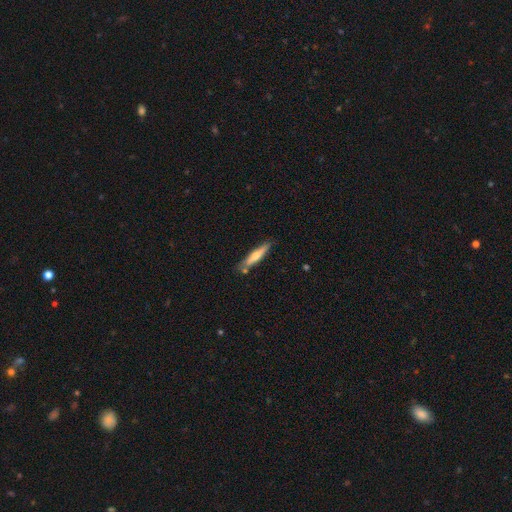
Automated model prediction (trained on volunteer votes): Smooth or featured?
  - smooth: 56% *
  - featured or disk: 39%
  - star or artifact: 6%
How rounded?
  - cigar-shaped: 88% *
  - in between: 11%
  - round: 1%
Merging?
  - none: 75% *
  - minor disturbance: 16%
  - merger: 7%
  - major disturbance: 3%